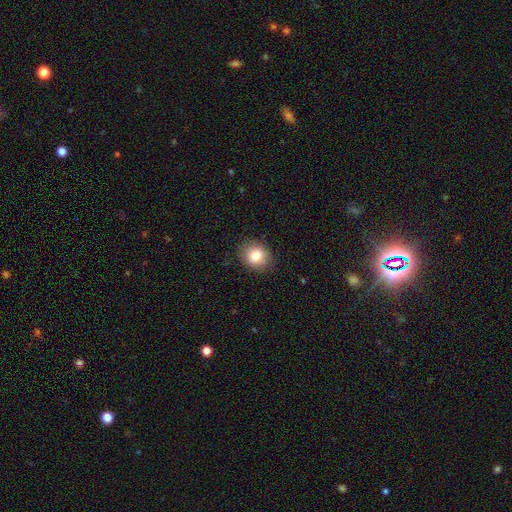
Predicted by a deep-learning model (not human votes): Smooth or featured: smooth — 83% (star or artifact — 9%)
How rounded: round — 69% (in between — 31%)
Merging: none — 89% (minor disturbance — 8%)